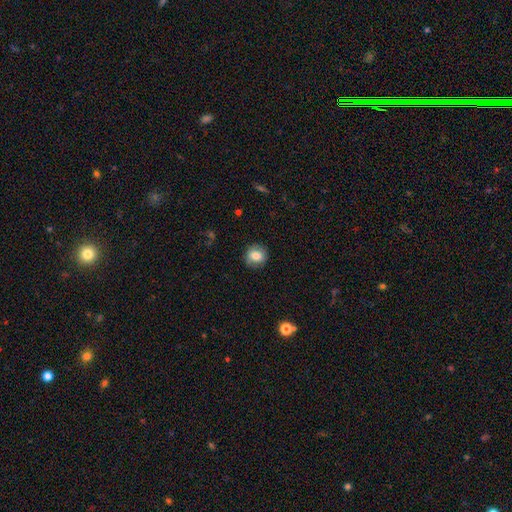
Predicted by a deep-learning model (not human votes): Smooth or featured?
  - smooth: 80% *
  - featured or disk: 11%
  - star or artifact: 9%
How rounded?
  - round: 83% *
  - in between: 16%
  - cigar-shaped: 1%
Merging?
  - none: 85% *
  - minor disturbance: 11%
  - major disturbance: 3%
  - merger: 1%